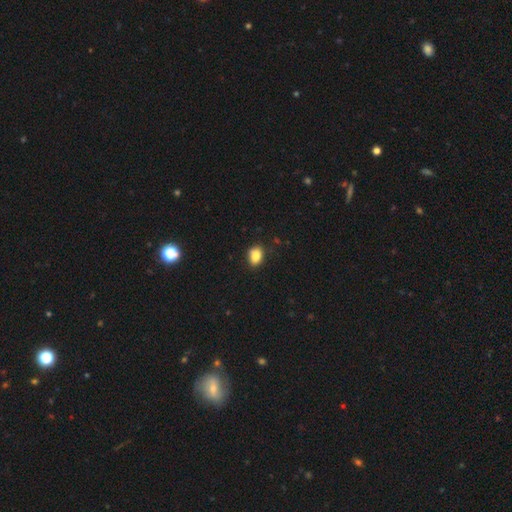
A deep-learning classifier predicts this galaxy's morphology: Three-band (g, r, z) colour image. It shows a smooth galaxy with no disk features (85%) that is in between round and cigar-shaped (72%). Merging: none (81%).